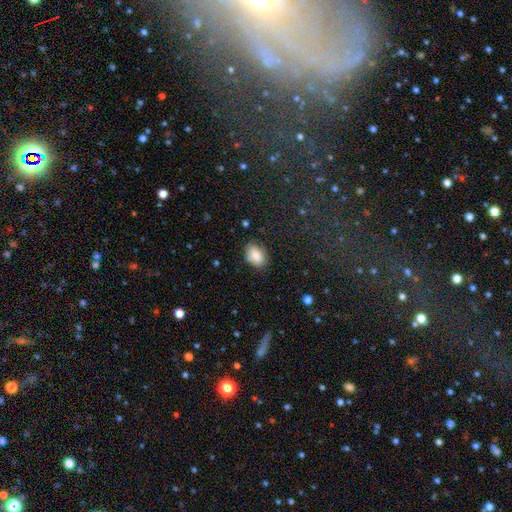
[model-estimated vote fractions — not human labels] The model was most divided on "merging": none: 77%, minor disturbance: 17%, major disturbance: 3%, merger: 3%. More confident: how rounded — in between (86%); smooth or featured — smooth (80%).